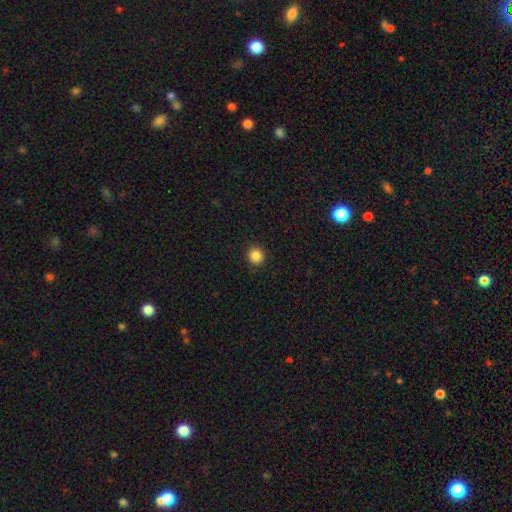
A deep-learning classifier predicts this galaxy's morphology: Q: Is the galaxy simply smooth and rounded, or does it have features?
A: smooth — 86%.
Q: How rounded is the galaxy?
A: round — 93%.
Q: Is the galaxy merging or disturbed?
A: none — 92%.